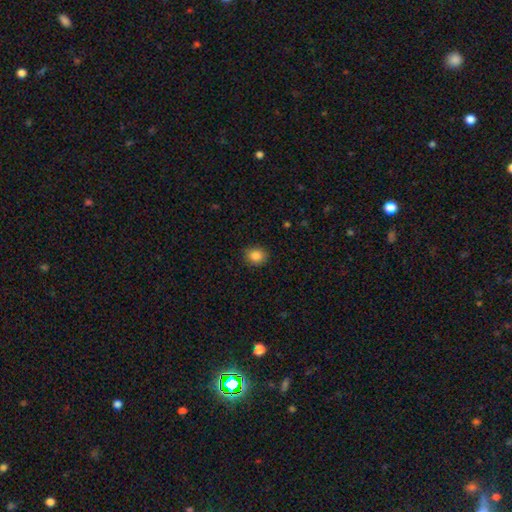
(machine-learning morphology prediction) Smooth or featured? Predicted: smooth (p=0.86). How rounded? Predicted: round (p=0.73). Merging? Predicted: none (p=0.86).